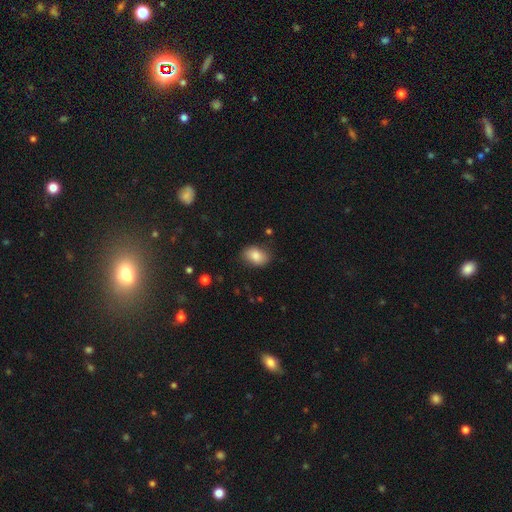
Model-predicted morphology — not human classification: smooth 85%, star or artifact 8%, featured or disk 8%. Down the decision tree: how rounded — in between (83%); merging — none (79%).